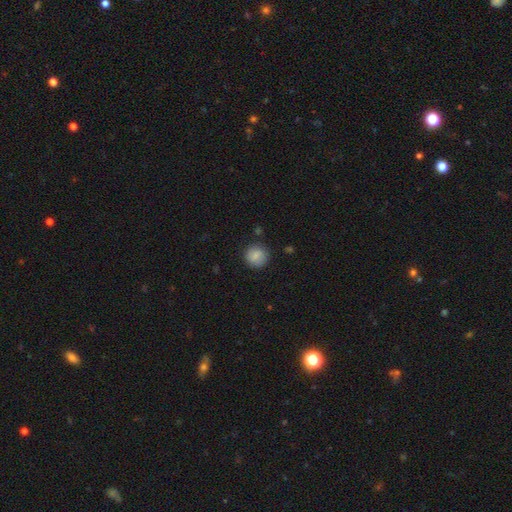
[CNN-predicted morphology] Smooth or featured? Predicted: smooth (p=0.83). How rounded? Predicted: round (p=0.91). Merging? Predicted: none (p=0.85).